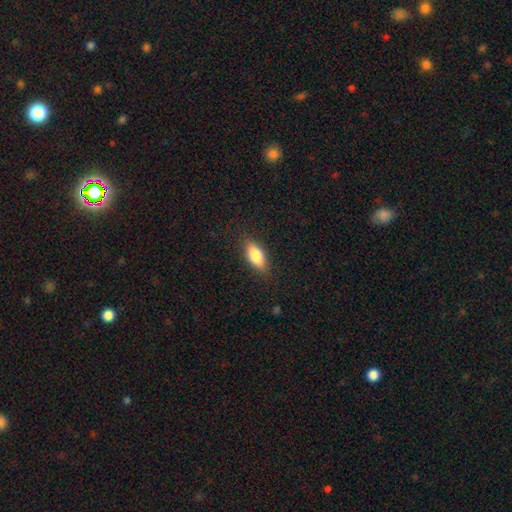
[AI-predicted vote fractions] Q: Smooth or featured?
A: smooth (80%); runner-up: featured or disk (13%)
Q: How rounded?
A: in between (81%); runner-up: cigar-shaped (16%)
Q: Merging?
A: none (86%); runner-up: minor disturbance (10%)